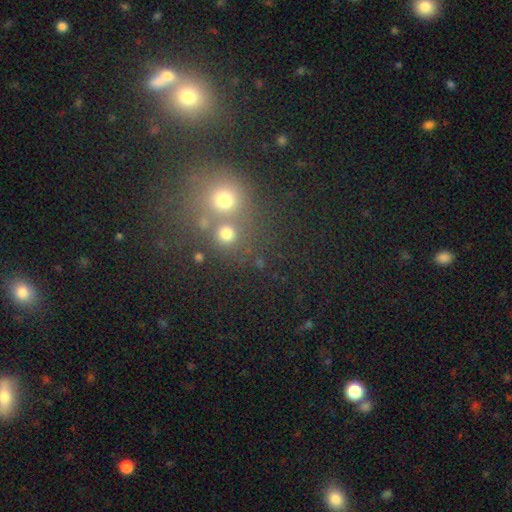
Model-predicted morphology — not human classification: Q: Smooth or featured?
A: smooth (48%); runner-up: star or artifact (42%)
Q: Merging?
A: none (57%); runner-up: merger (30%)